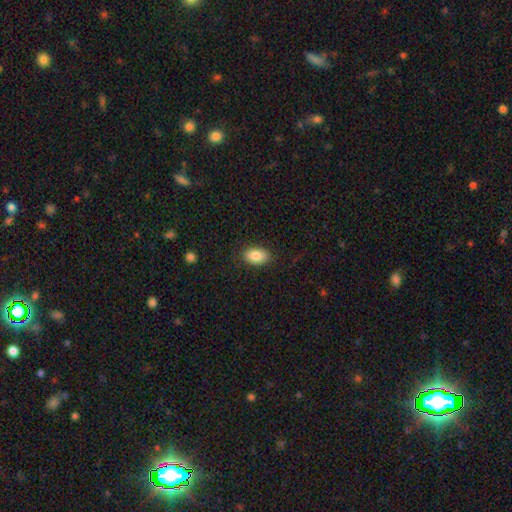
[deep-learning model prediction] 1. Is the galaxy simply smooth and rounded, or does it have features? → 84% smooth, 8% featured or disk, 8% star or artifact.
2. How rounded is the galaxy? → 90% in between, 9% round, 2% cigar-shaped.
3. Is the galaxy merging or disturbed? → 87% none, 10% minor disturbance, 2% major disturbance, 1% merger.